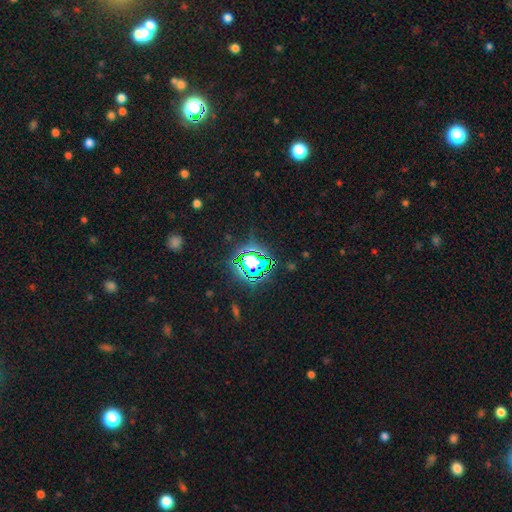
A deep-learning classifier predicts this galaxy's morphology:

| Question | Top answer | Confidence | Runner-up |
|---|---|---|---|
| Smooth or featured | star or artifact | 78% | smooth (14%) |